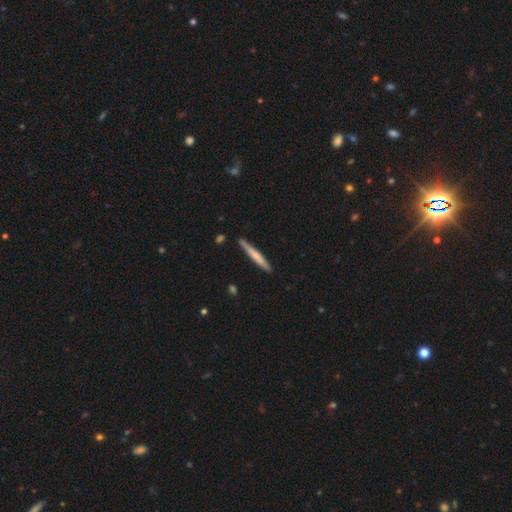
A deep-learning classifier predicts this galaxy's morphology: Overall: smooth (60%; featured or disk 35%). How rounded: cigar-shaped (96%). Merging: none (87%).